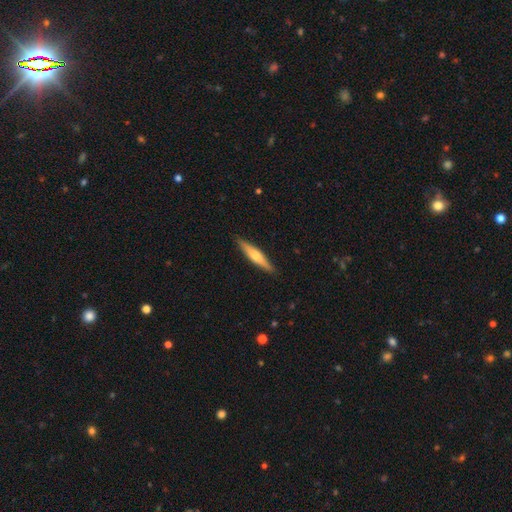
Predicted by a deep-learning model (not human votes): Smooth or featured: smooth — 49% (featured or disk — 46%)
Merging: none — 90% (minor disturbance — 8%)